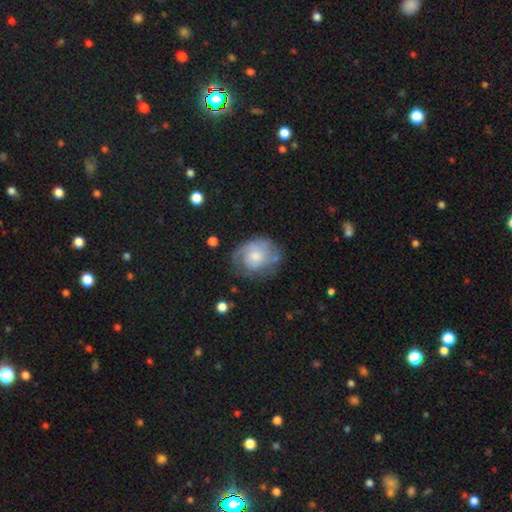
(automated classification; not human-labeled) The model was most divided on "bulge size": moderate: 43%, small: 34%, large: 13%, none: 9%, dominant: 2%. More confident: edge-on disk — no (97%); bar — no (76%); spiral arms — yes (71%); smooth or featured — featured or disk (54%); merging — none (52%).